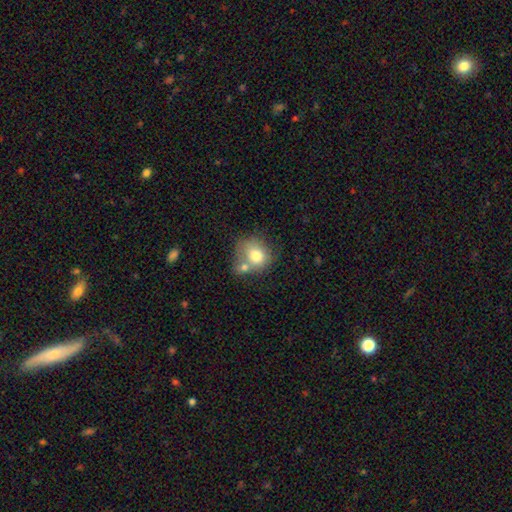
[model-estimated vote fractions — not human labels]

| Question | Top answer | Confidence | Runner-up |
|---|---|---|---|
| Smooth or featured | smooth | 74% | featured or disk (17%) |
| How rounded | round | 71% | in between (28%) |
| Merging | merger | 42% | none (36%) |